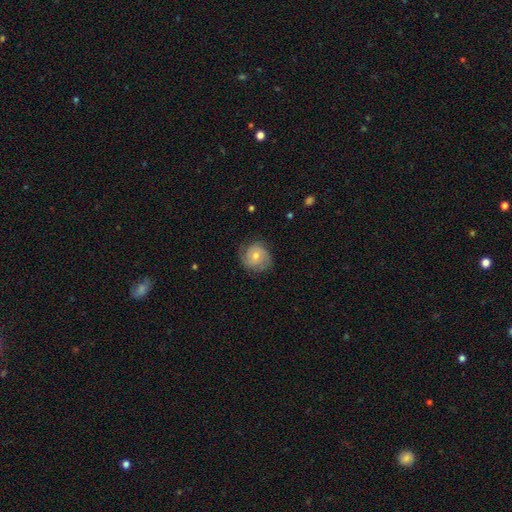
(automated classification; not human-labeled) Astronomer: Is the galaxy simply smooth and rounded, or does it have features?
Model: featured or disk — 56% (runner-up: smooth, 35%).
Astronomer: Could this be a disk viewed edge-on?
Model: no — 97%.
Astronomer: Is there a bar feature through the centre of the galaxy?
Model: no — 79%.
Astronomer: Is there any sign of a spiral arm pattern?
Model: yes — 85%.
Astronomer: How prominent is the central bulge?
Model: moderate — 53% (runner-up: small, 43%).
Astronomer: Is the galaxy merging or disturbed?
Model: none — 75%.